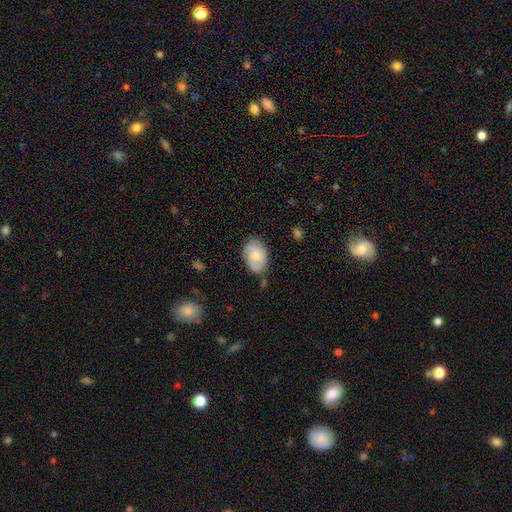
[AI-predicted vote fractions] A smooth galaxy with no disk features (65%) that is in between round and cigar-shaped (85%).

Vote fractions:
- Smooth or featured? smooth: 65% / featured or disk: 28% / star or artifact: 7%
- How rounded? in between: 85% / round: 14% / cigar-shaped: 1%
- Merging? none: 68% / minor disturbance: 23% / major disturbance: 5% / merger: 3%